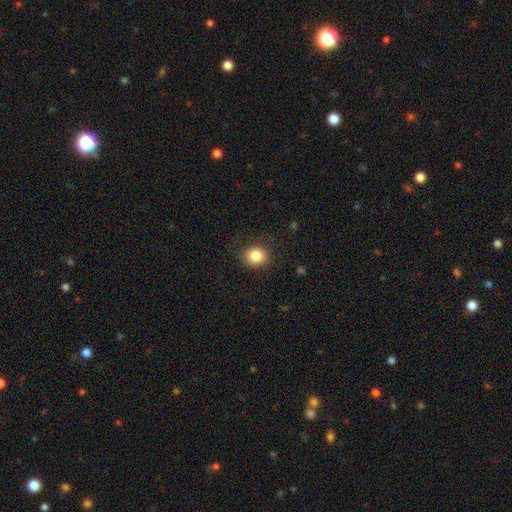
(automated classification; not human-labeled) Smooth or featured?
  - smooth: 85% *
  - star or artifact: 10%
  - featured or disk: 6%
How rounded?
  - round: 75% *
  - in between: 24%
  - cigar-shaped: 1%
Merging?
  - none: 86% *
  - minor disturbance: 10%
  - major disturbance: 3%
  - merger: 1%